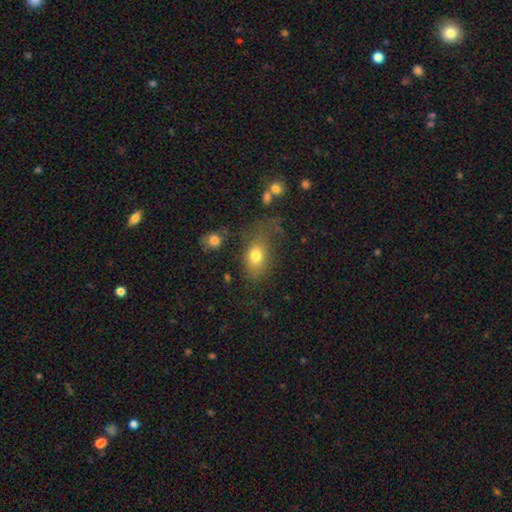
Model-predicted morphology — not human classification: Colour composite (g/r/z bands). It shows a smooth galaxy with no disk features (77%) that is in between round and cigar-shaped (76%). Merging: none (51%).